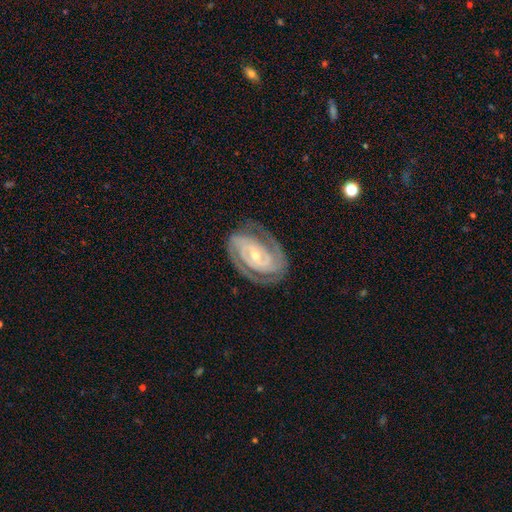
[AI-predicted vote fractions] Morphology: type=featured or disk (91%); edge-on=no (97%); bar=weak (37%); spiral arms=yes (98%); winding=tight (76%); arm count=2 (85%); bulge=small (56%); merging=none (82%).